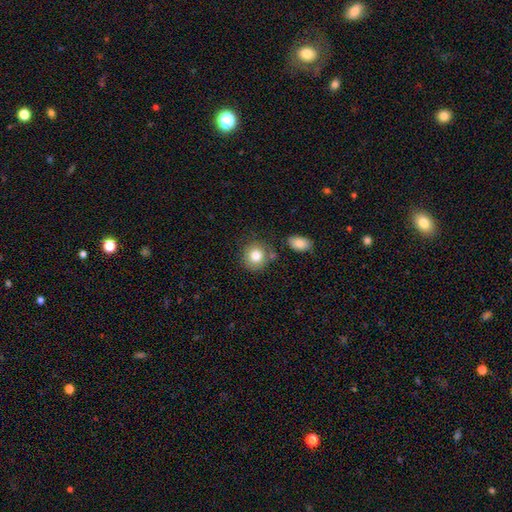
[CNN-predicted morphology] Smooth or featured?
  - smooth: 81% *
  - featured or disk: 10%
  - star or artifact: 9%
How rounded?
  - round: 84% *
  - in between: 15%
  - cigar-shaped: 1%
Merging?
  - none: 73% *
  - minor disturbance: 12%
  - merger: 11%
  - major disturbance: 4%